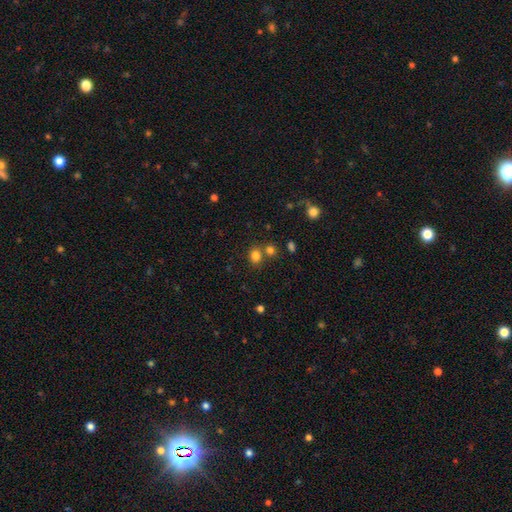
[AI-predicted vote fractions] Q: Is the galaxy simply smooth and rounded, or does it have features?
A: smooth — 79%.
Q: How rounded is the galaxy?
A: round — 64%.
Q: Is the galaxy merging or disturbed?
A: none — 65%.